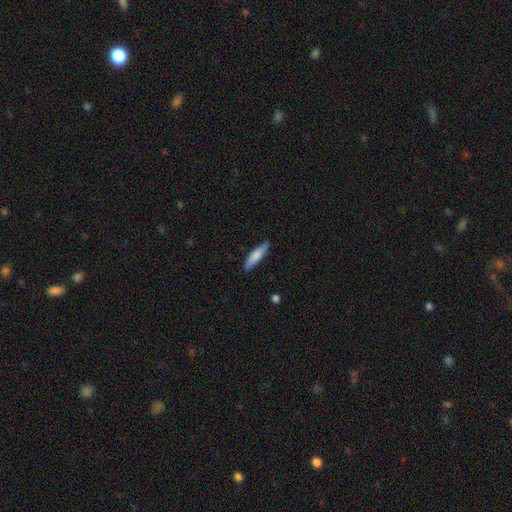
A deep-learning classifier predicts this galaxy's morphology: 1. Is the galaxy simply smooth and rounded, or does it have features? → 77% smooth, 18% featured or disk, 5% star or artifact.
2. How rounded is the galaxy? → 79% cigar-shaped, 20% in between, 1% round.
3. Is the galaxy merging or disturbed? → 84% none, 13% minor disturbance, 2% major disturbance, 1% merger.